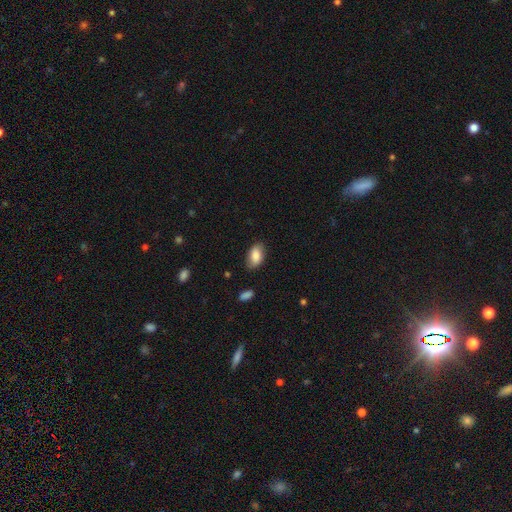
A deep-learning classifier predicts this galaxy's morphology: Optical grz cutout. It shows a smooth galaxy with no disk features (84%) that is in between round and cigar-shaped (93%). Merging: none (80%).